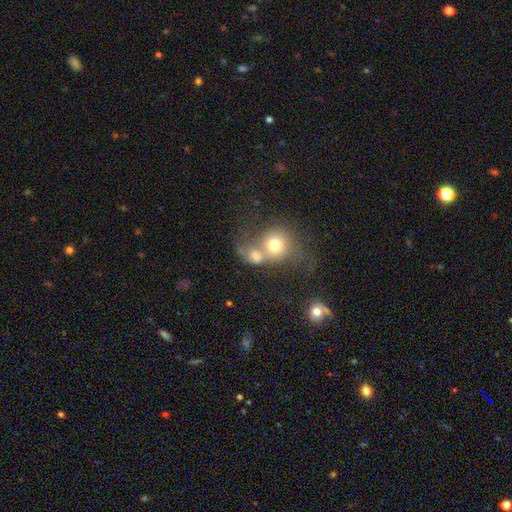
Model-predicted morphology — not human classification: smooth_or_featured: smooth (p=0.67) [alt: featured or disk p=0.21]
how_rounded: round (p=0.70) [alt: in between p=0.29]
merging: merger (p=0.64) [alt: none p=0.20]